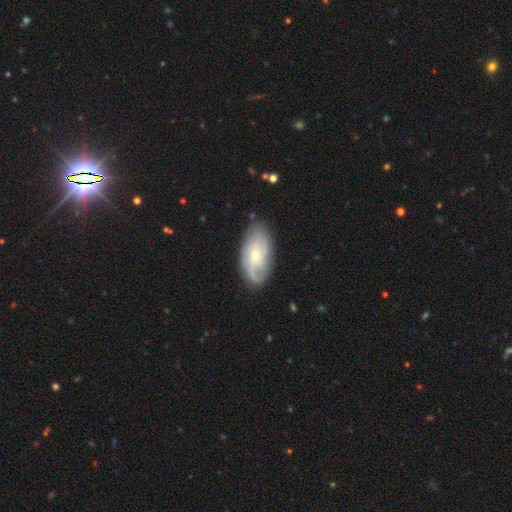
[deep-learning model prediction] Smooth or featured? Predicted: featured or disk (p=0.61). Edge-on disk? Predicted: no (p=0.93). Bar? Predicted: no (p=0.65). Spiral arms? Predicted: yes (p=0.84). Bulge size? Predicted: small (p=0.65). Merging? Predicted: none (p=0.75).